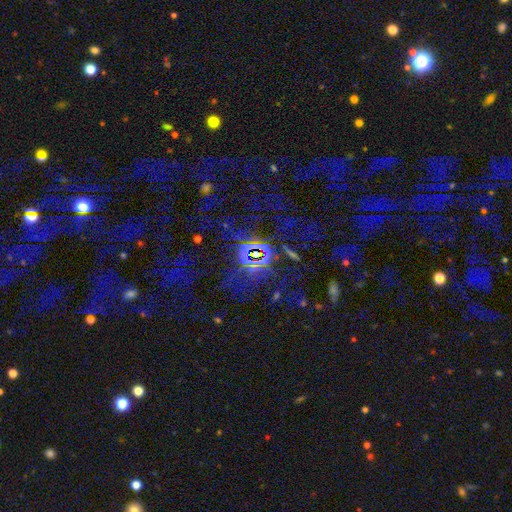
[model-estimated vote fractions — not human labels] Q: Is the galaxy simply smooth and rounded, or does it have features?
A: star or artifact — 80%.